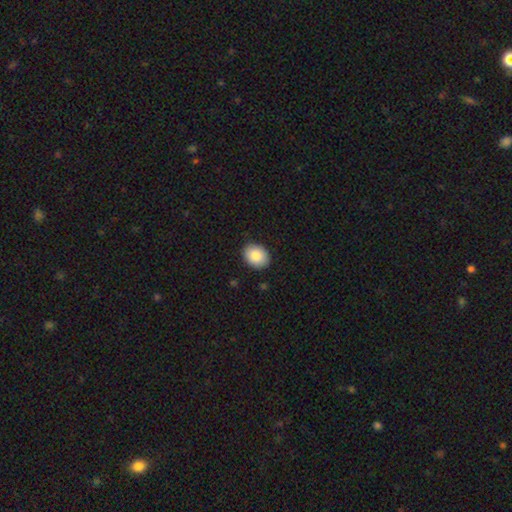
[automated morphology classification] The model was most divided on "how rounded": in between: 58%, round: 41%, cigar-shaped: 1%. More confident: merging — none (88%); smooth or featured — smooth (88%).